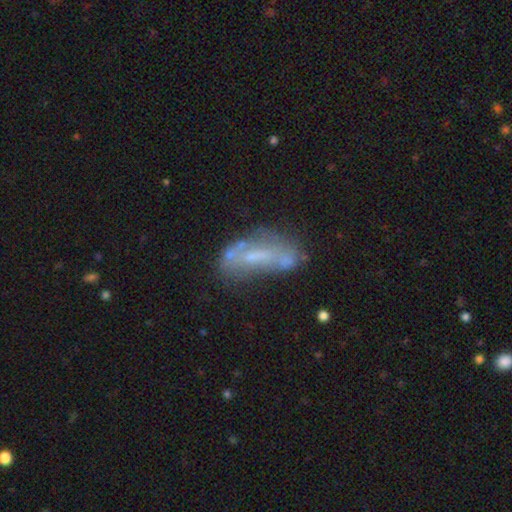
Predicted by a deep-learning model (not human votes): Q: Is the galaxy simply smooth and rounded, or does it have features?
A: featured or disk — 55%.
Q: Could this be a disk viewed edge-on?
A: no — 88%.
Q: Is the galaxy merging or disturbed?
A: none — 40%.